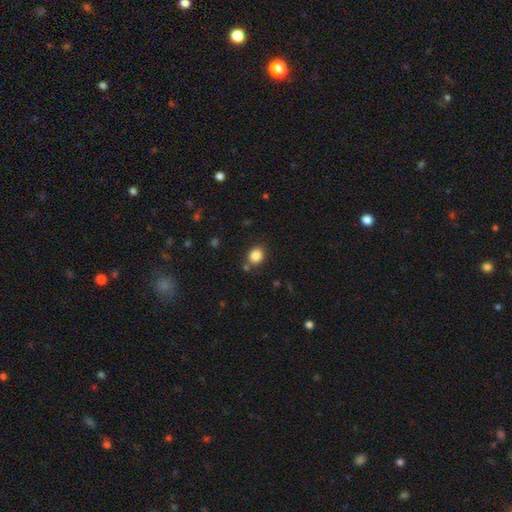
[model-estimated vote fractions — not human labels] smooth_or_featured: smooth (p=0.85) [alt: star or artifact p=0.10]
how_rounded: round (p=0.61) [alt: in between p=0.38]
merging: none (p=0.80) [alt: minor disturbance p=0.11]